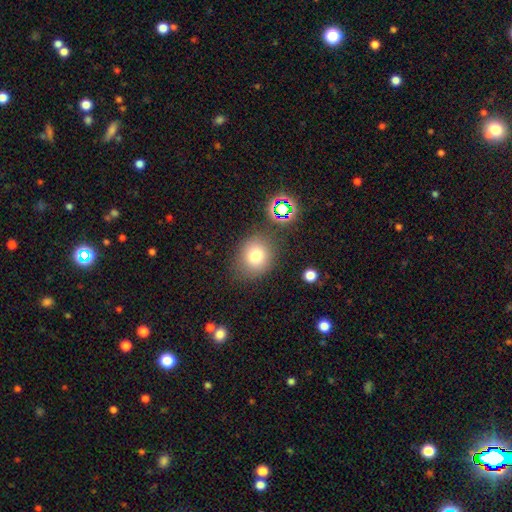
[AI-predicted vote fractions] Morphology: type=smooth (76%); roundness=round (71%); merging=none (78%).